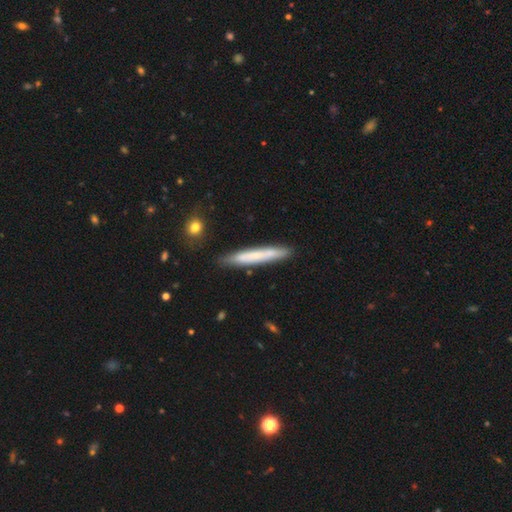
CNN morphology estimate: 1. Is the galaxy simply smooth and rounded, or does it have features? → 59% smooth, 34% featured or disk, 7% star or artifact.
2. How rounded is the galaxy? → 96% cigar-shaped, 3% in between, 1% round.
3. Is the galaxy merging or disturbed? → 85% none, 11% minor disturbance, 2% merger, 2% major disturbance.